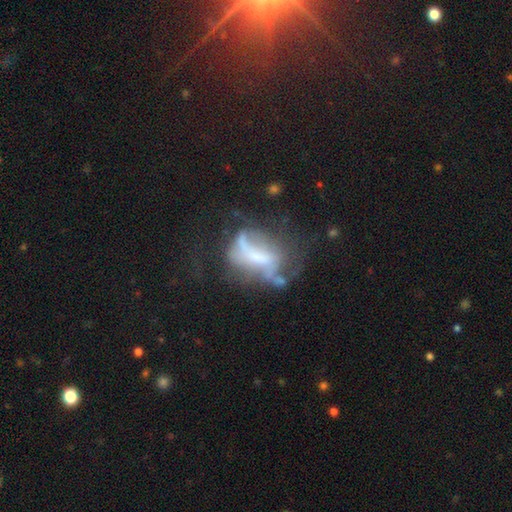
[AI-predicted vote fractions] This is possibly a featured or disk galaxy (59%). It is clearly not viewed edge-on (90%). Bar: possibly no (49%). Spiral arm pattern: likely no (69%). Central bulge: marginally none (35%). Merging: marginally major disturbance (39%).